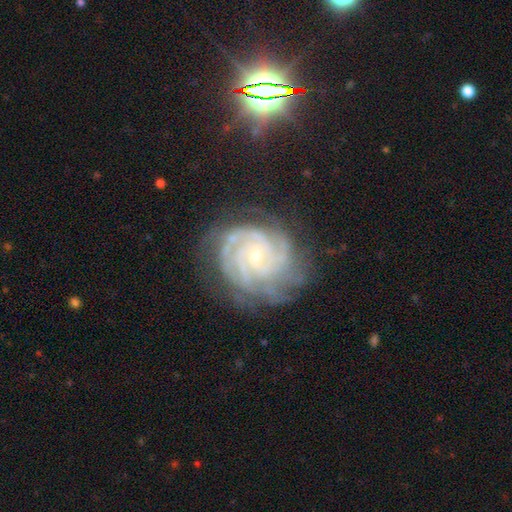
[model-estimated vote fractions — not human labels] Smooth or featured? Predicted: featured or disk (p=0.89). Edge-on disk? Predicted: no (p=0.98). Bar? Predicted: no (p=0.45). Spiral arms? Predicted: yes (p=0.98). Spiral winding? Predicted: tight (p=0.77). Spiral arm count? Predicted: 4 (p=0.26). Bulge size? Predicted: small (p=0.68). Merging? Predicted: none (p=0.72).